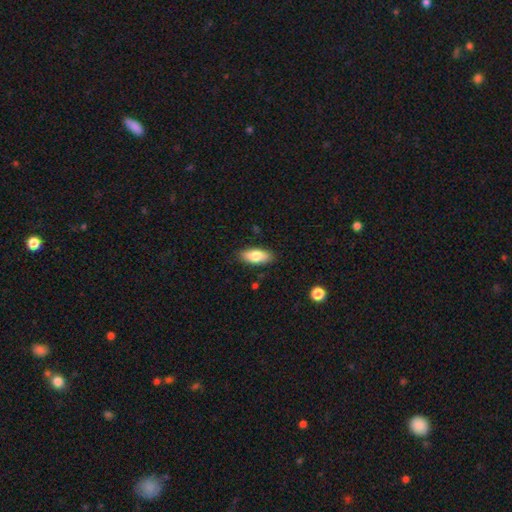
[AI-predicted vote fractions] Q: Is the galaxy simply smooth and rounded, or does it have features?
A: smooth — 81%.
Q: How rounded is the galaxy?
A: in between — 86%.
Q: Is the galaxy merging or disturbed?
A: none — 87%.